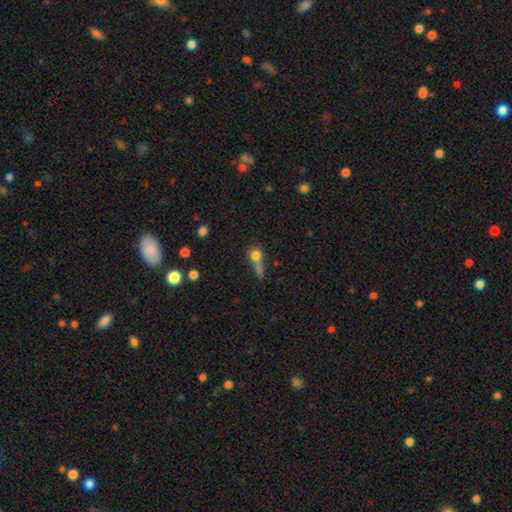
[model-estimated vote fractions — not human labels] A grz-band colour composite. It shows a smooth galaxy with no disk features (73%) that is round (67%). Merging: merger (42%).